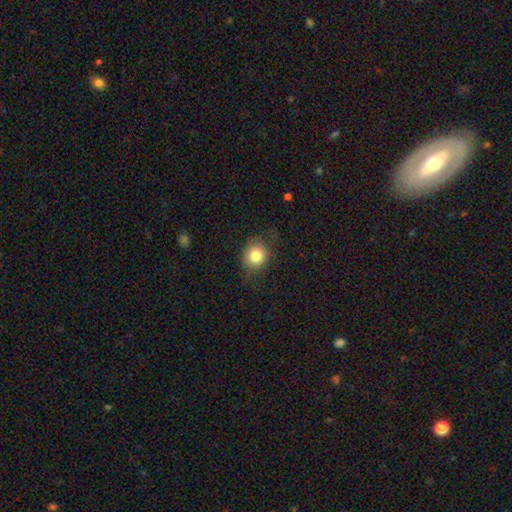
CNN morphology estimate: Smooth or featured? smooth (81%)
How rounded? round (76%)
Merging? none (77%)